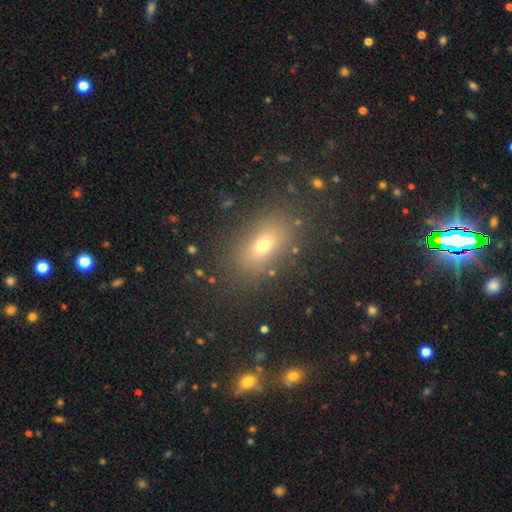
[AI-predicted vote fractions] This appears to be a smooth galaxy with no disk features (60%) that is in between round and cigar-shaped (75%). Merging: none (86%).